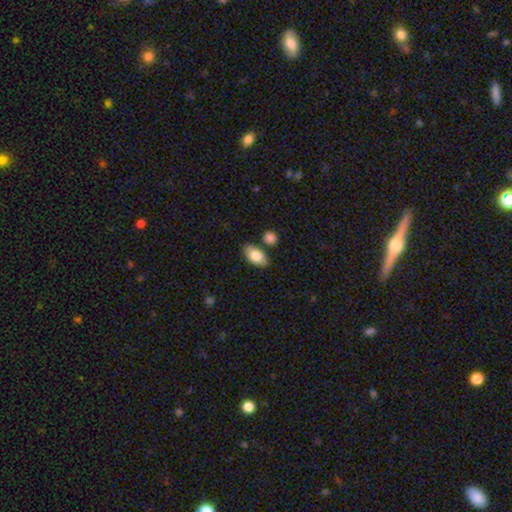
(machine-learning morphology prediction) Smooth or featured: smooth — 83% (featured or disk — 11%)
How rounded: in between — 93% (round — 4%)
Merging: none — 80% (minor disturbance — 11%)